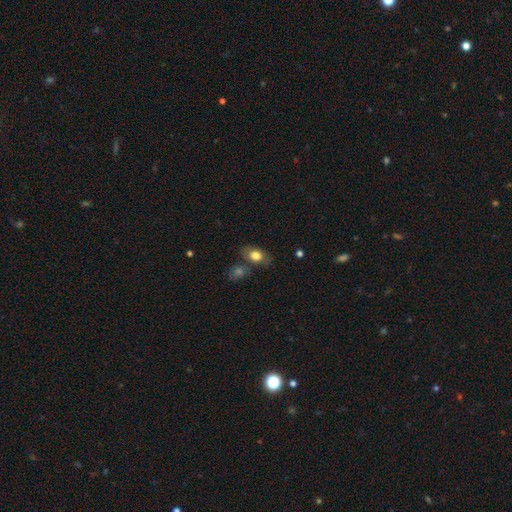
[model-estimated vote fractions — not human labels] smooth_or_featured: smooth (p=0.78) [alt: featured or disk p=0.14]
how_rounded: in between (p=0.81) [alt: round p=0.17]
merging: none (p=0.65) [alt: minor disturbance p=0.16]